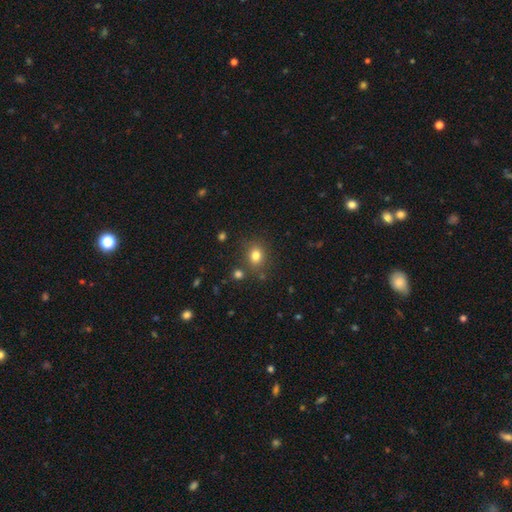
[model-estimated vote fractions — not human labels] Smooth or featured: smooth — 80% (star or artifact — 13%)
How rounded: round — 63% (in between — 36%)
Merging: none — 79% (minor disturbance — 11%)